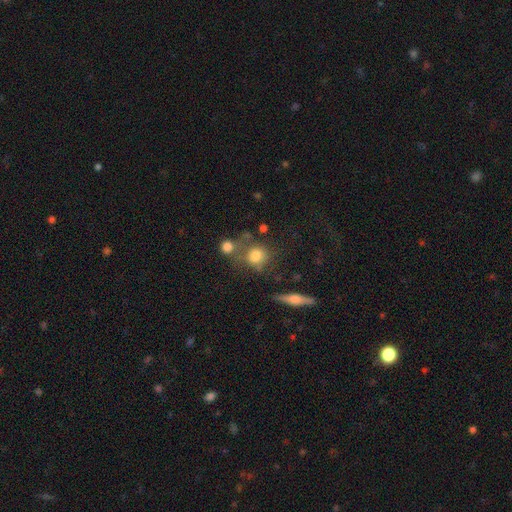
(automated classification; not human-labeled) This is likely a smooth galaxy (76%). How rounded: likely round (77%). Merging: possibly none (56%).